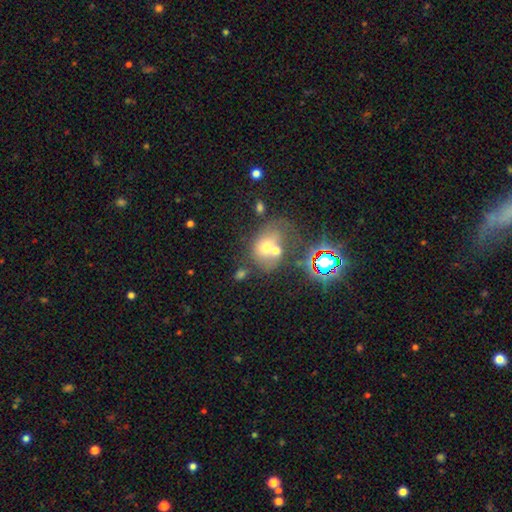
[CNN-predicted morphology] Smooth or featured: star or artifact — 48% (smooth — 27%)